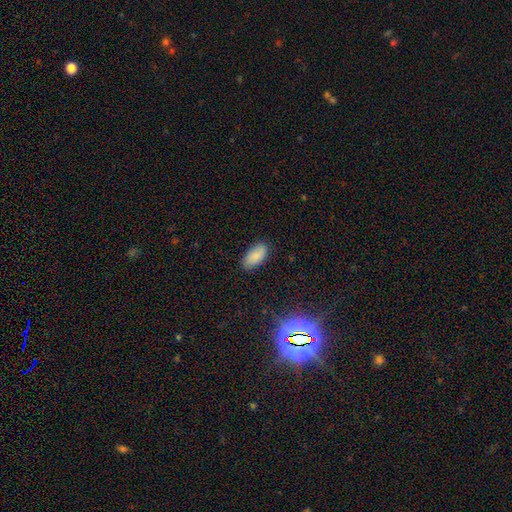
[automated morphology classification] Smooth or featured? Predicted: smooth (p=0.86). How rounded? Predicted: in between (p=0.92). Merging? Predicted: none (p=0.84).